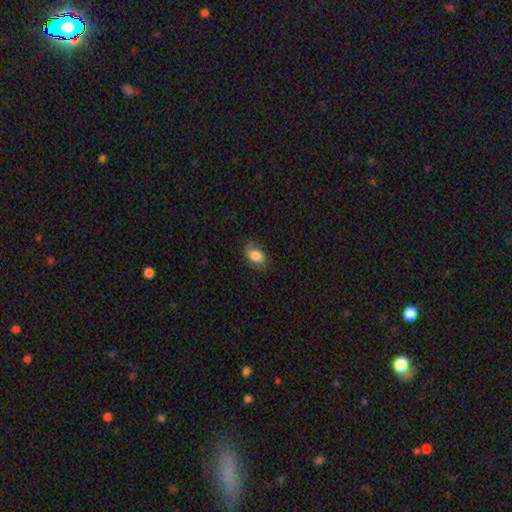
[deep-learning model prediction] A smooth galaxy with no disk features (71%) that is in between round and cigar-shaped (80%). Merging: none (69%).